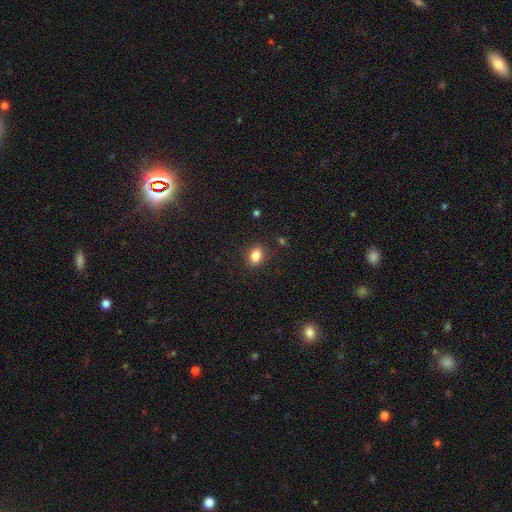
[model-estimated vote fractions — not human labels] smooth 85%, star or artifact 10%, featured or disk 5%. Down the decision tree: how rounded — in between (79%); merging — none (87%).